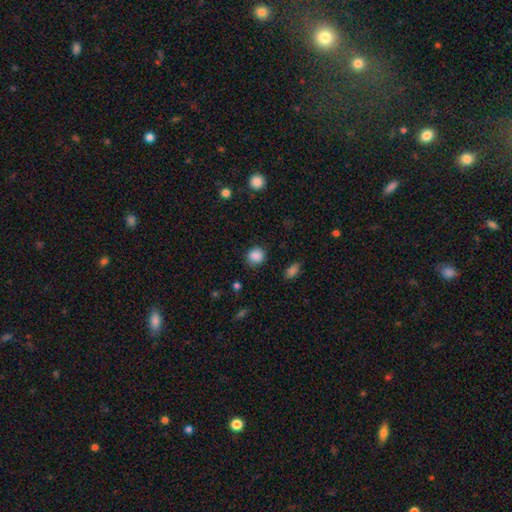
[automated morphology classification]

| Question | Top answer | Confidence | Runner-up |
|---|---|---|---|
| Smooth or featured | smooth | 87% | star or artifact (10%) |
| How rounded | round | 83% | in between (16%) |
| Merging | none | 84% | minor disturbance (11%) |